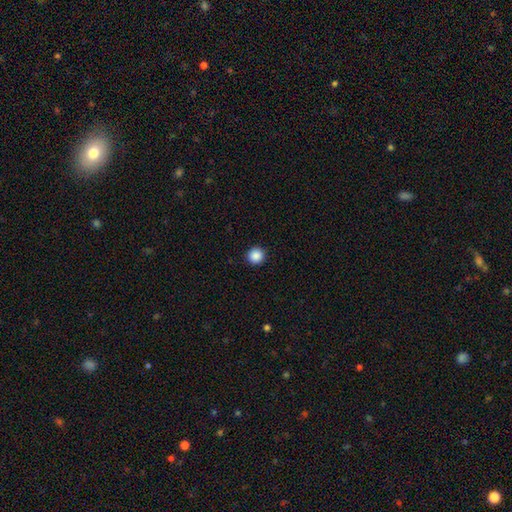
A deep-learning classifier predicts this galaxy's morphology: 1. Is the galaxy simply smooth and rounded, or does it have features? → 88% smooth, 9% star or artifact, 2% featured or disk.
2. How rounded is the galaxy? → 95% round, 4% in between, 1% cigar-shaped.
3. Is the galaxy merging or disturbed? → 93% none, 4% minor disturbance, 2% major disturbance, 1% merger.